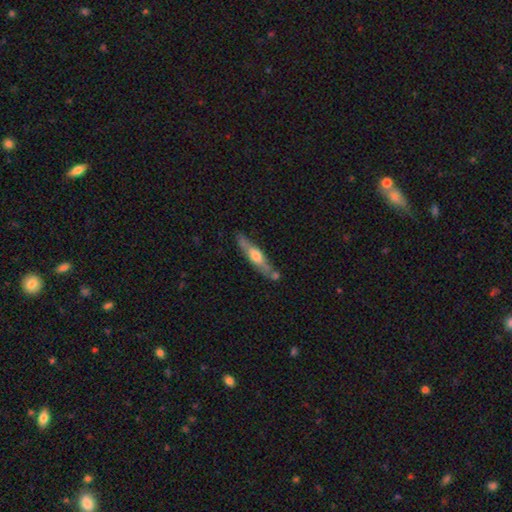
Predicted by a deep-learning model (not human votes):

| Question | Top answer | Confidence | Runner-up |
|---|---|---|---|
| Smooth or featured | featured or disk | 49% | smooth (45%) |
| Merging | none | 70% | minor disturbance (17%) |